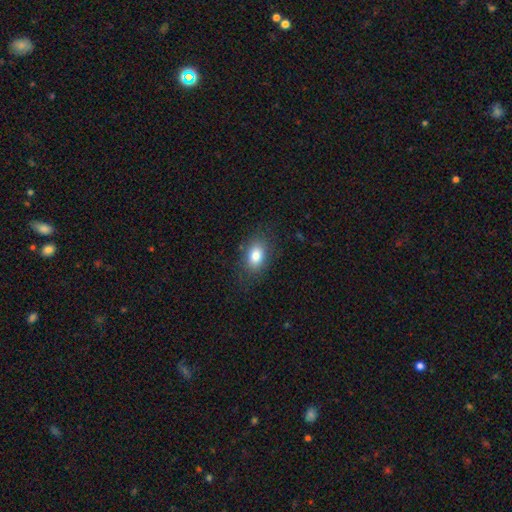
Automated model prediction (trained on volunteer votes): Q: Smooth or featured?
A: smooth (82%); runner-up: featured or disk (9%)
Q: How rounded?
A: in between (81%); runner-up: round (17%)
Q: Merging?
A: none (81%); runner-up: minor disturbance (13%)